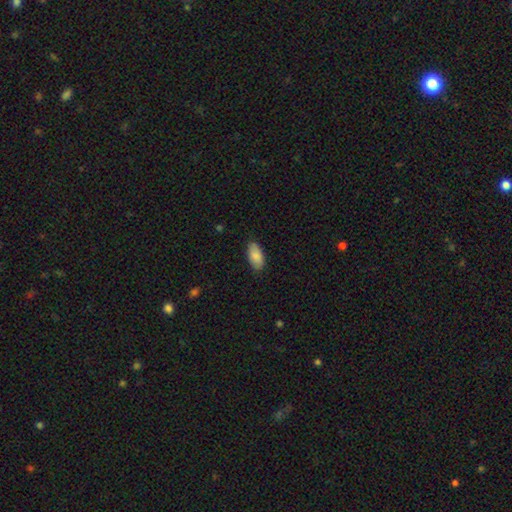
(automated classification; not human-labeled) Smooth or featured? Predicted: smooth (p=0.86). How rounded? Predicted: in between (p=0.93). Merging? Predicted: none (p=0.84).